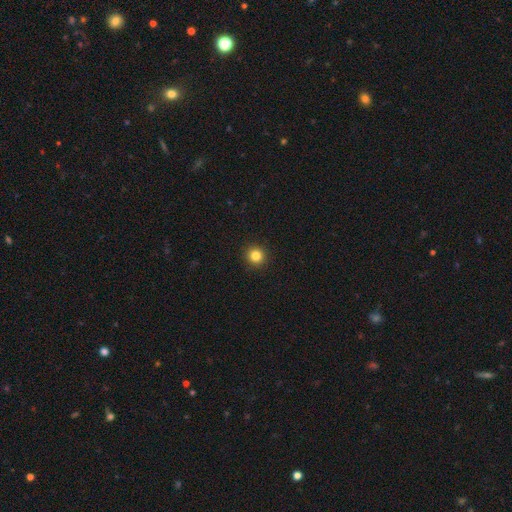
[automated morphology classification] This appears to be a smooth galaxy with no disk features (84%) that is round (94%). Merging: none (93%).